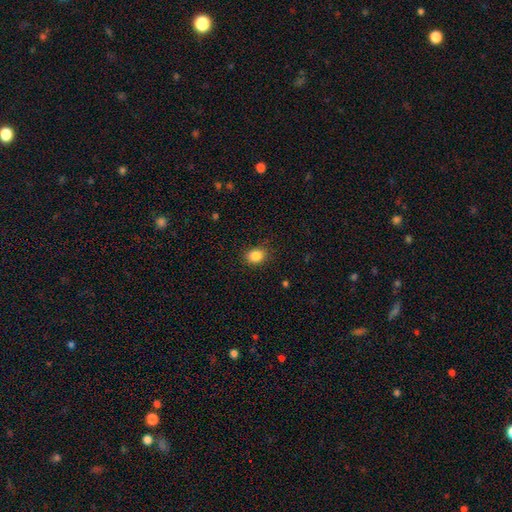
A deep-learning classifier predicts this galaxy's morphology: Smooth or featured: smooth — 85% (star or artifact — 10%)
How rounded: in between — 54% (round — 45%)
Merging: none — 85% (minor disturbance — 11%)